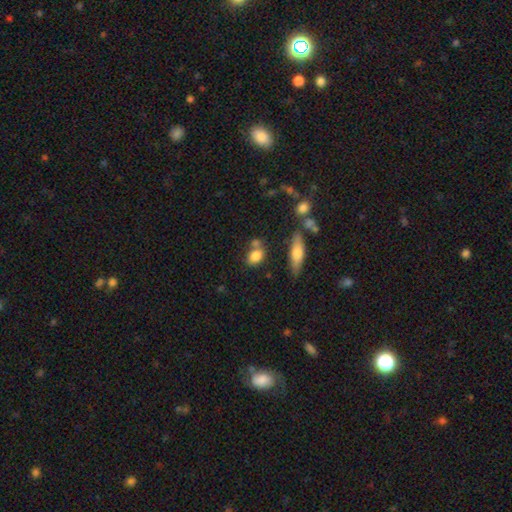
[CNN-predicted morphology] smooth_or_featured: smooth (p=0.81) [alt: featured or disk p=0.10]
how_rounded: in between (p=0.70) [alt: round p=0.26]
merging: none (p=0.56) [alt: merger p=0.23]